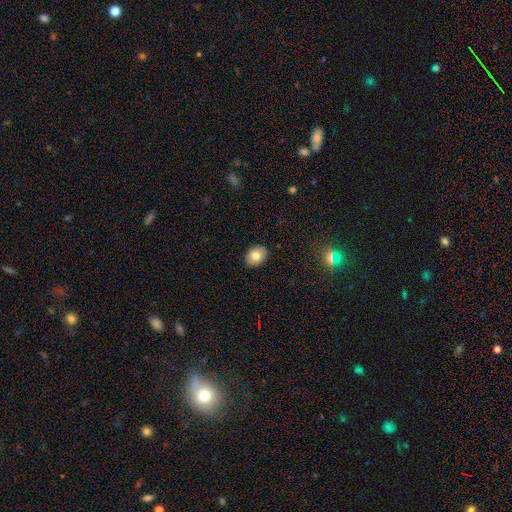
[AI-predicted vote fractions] smooth-or-featured: smooth: 78% | featured or disk: 13% | star or artifact: 9%
  how-rounded: in between: 62% | round: 37% | cigar-shaped: 1%
  merging: none: 89% | minor disturbance: 8% | major disturbance: 2% | merger: 1%